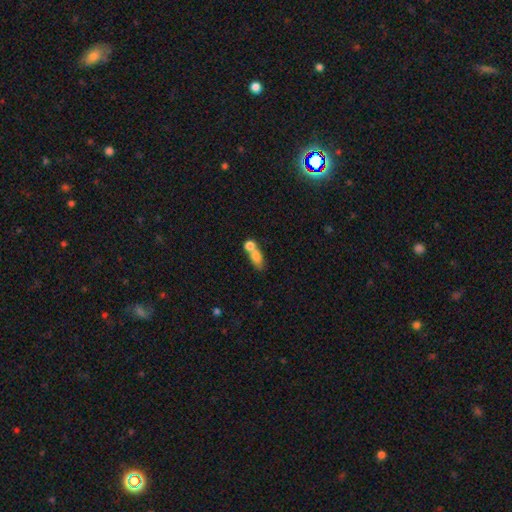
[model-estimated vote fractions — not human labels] This appears to be a smooth galaxy with no disk features (74%) that is in between round and cigar-shaped (64%). Merging: merger (67%).